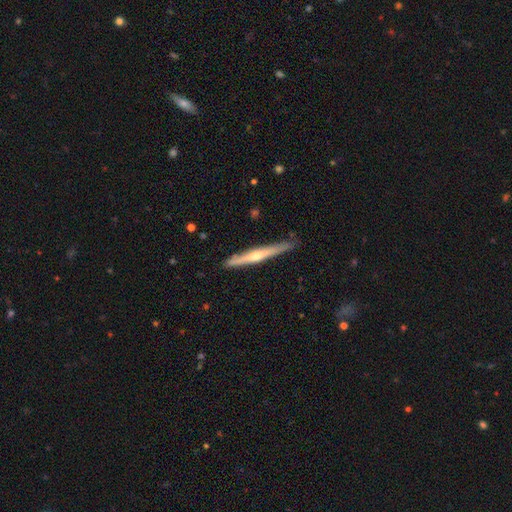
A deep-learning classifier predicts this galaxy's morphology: The model was most divided on "smooth or featured": featured or disk: 65%, smooth: 30%, star or artifact: 5%. More confident: edge-on disk — yes (97%); merging — none (85%); edge-on bulge — rounded (77%).